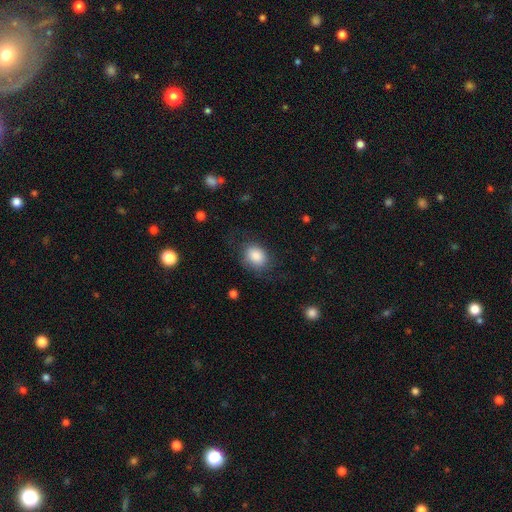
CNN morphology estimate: Smooth or featured?
  - smooth: 84% *
  - featured or disk: 9%
  - star or artifact: 7%
How rounded?
  - in between: 59% *
  - round: 40%
  - cigar-shaped: 1%
Merging?
  - none: 68% *
  - minor disturbance: 19%
  - major disturbance: 11%
  - merger: 1%